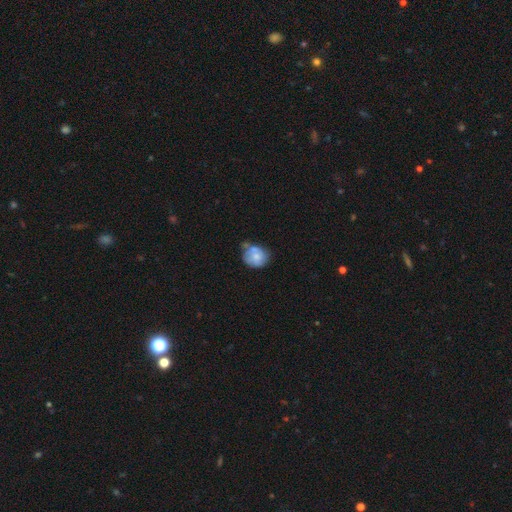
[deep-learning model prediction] Q: Smooth or featured?
A: smooth (63%); runner-up: featured or disk (30%)
Q: How rounded?
A: round (67%); runner-up: in between (32%)
Q: Merging?
A: none (39%); runner-up: minor disturbance (33%)